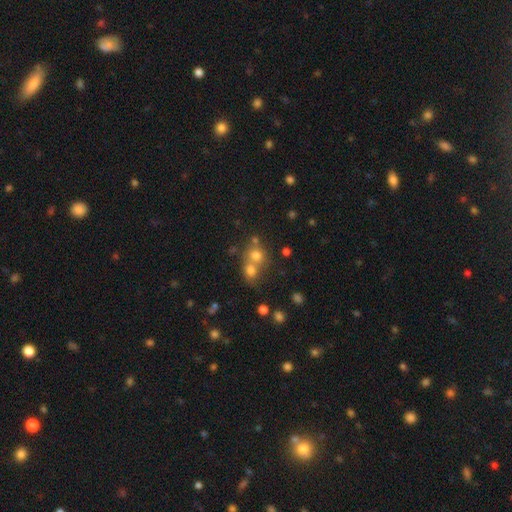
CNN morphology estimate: smooth_or_featured: smooth (p=0.58) [alt: star or artifact p=0.25]
how_rounded: round (p=0.81) [alt: in between p=0.18]
merging: merger (p=0.53) [alt: none p=0.39]